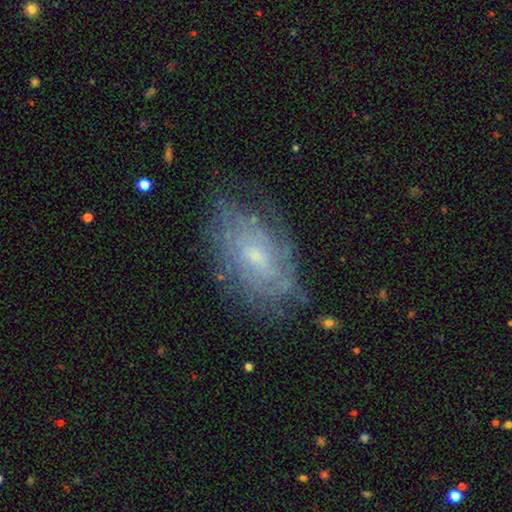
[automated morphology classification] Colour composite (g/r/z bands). It shows a featured or disk galaxy (72%) with no bar (60%), tight (64%) spiral arms (82%) and a small central bulge (61%). Merging: none (70%).